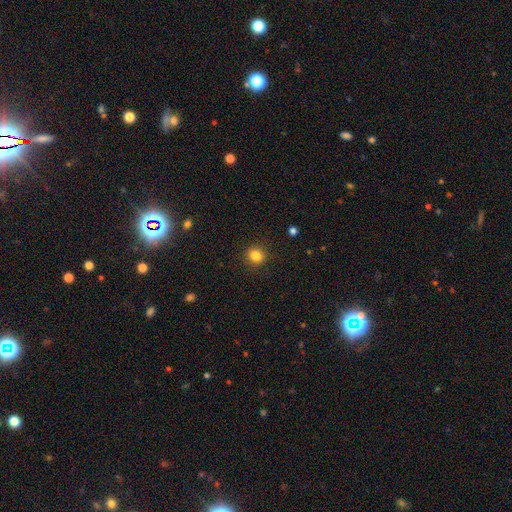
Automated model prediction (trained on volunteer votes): Q: Smooth or featured?
A: smooth (84%); runner-up: star or artifact (11%)
Q: How rounded?
A: round (74%); runner-up: in between (25%)
Q: Merging?
A: none (90%); runner-up: minor disturbance (7%)